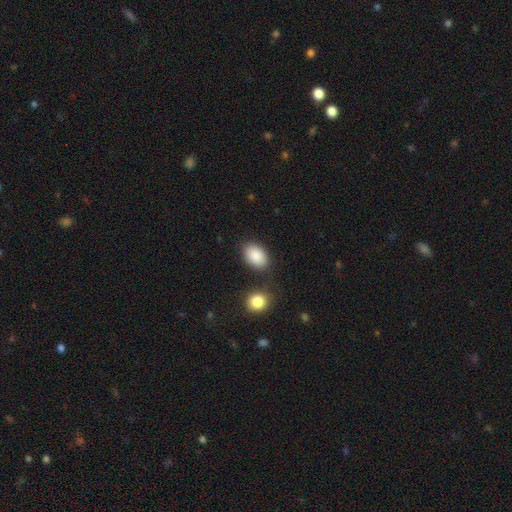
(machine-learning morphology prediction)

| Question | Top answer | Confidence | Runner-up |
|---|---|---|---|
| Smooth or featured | smooth | 89% | star or artifact (7%) |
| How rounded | in between | 89% | round (10%) |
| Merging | none | 79% | minor disturbance (11%) |